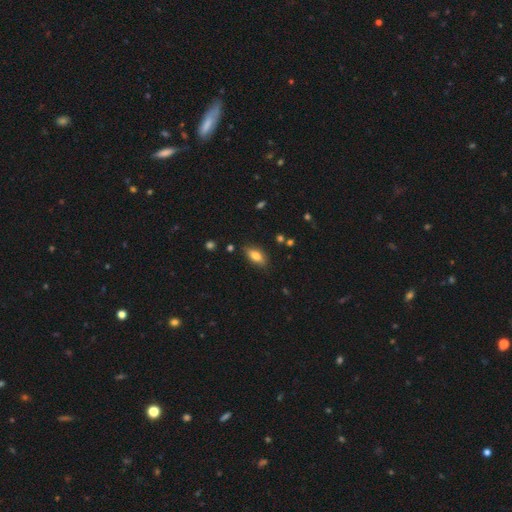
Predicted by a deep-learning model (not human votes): This appears to be a smooth galaxy with no disk features (75%) that is in between round and cigar-shaped (82%). Merging: none (82%).